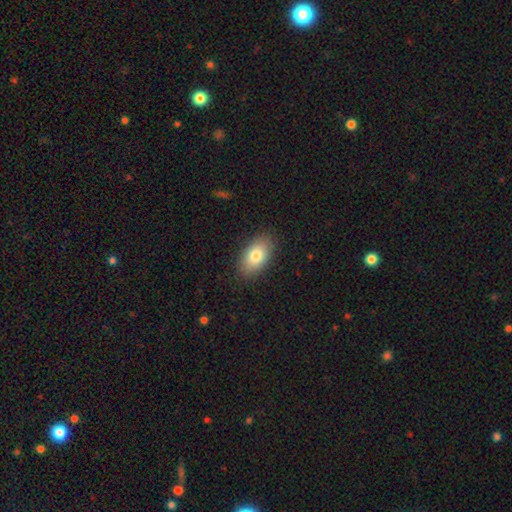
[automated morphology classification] Smooth or featured: smooth — 80% (featured or disk — 13%)
How rounded: in between — 92% (round — 5%)
Merging: none — 87% (minor disturbance — 9%)